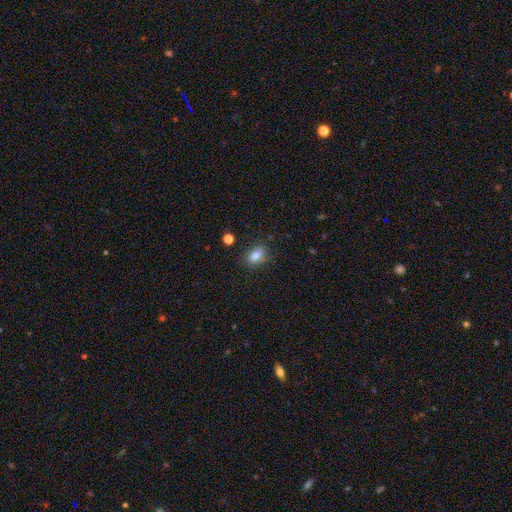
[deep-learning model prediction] Smooth or featured? Predicted: smooth (p=0.83). How rounded? Predicted: in between (p=0.77). Merging? Predicted: none (p=0.81).